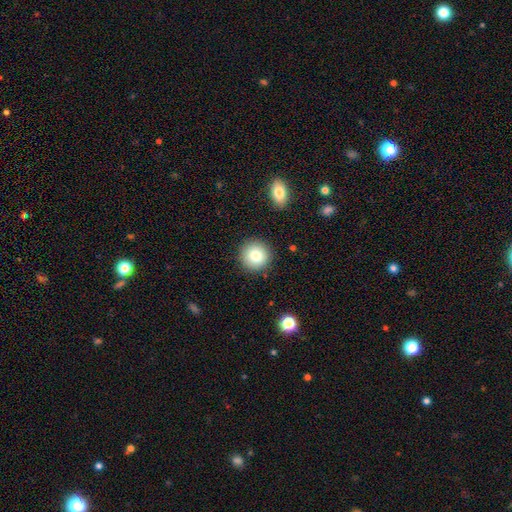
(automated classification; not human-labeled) This appears to be a smooth galaxy with no disk features (81%) that is round (95%). Merging: none (90%).